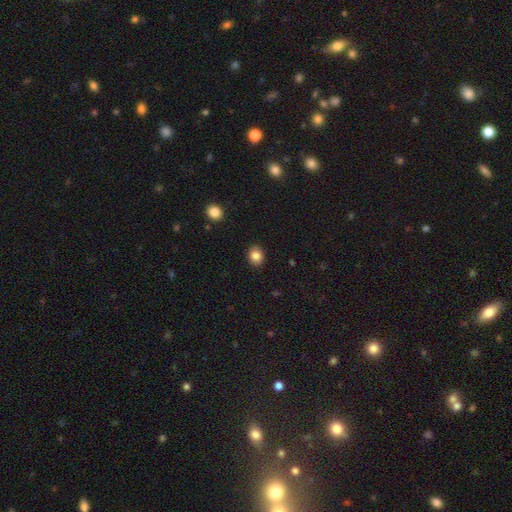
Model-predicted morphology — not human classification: This appears to be a smooth galaxy with no disk features (86%) that is round (63%). Merging: none (90%).